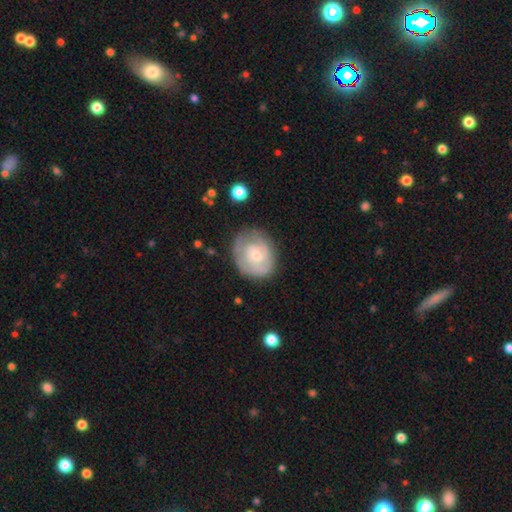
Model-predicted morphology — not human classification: Smooth or featured? Predicted: featured or disk (p=0.64). Edge-on disk? Predicted: no (p=0.98). Bar? Predicted: no (p=0.73). Spiral arms? Predicted: yes (p=0.77). Bulge size? Predicted: small (p=0.58). Merging? Predicted: none (p=0.69).